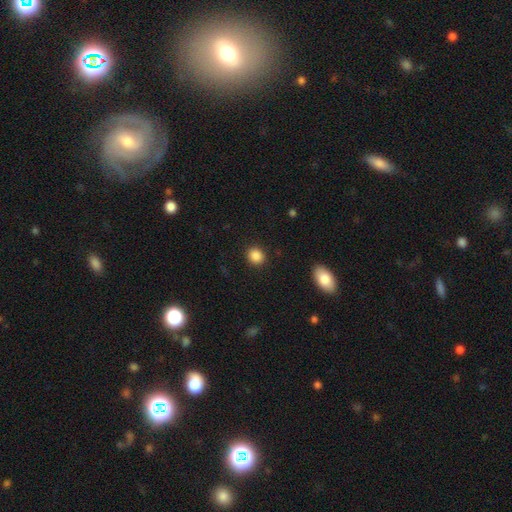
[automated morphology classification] Overall: smooth (87%). How rounded: round (78%). Merging: none (90%).